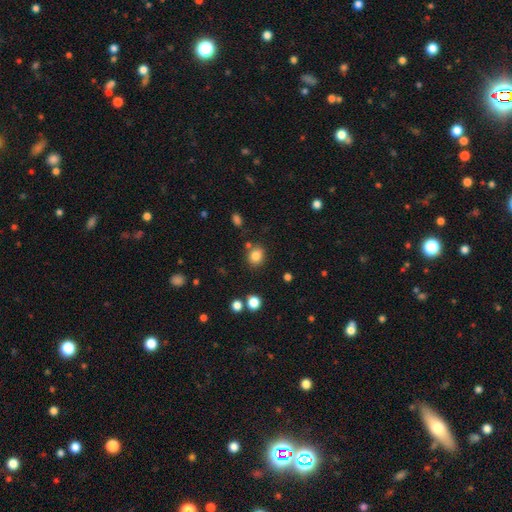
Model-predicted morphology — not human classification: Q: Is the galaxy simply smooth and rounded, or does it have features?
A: smooth — 82%.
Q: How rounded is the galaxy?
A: round — 76%.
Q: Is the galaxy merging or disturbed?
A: none — 80%.